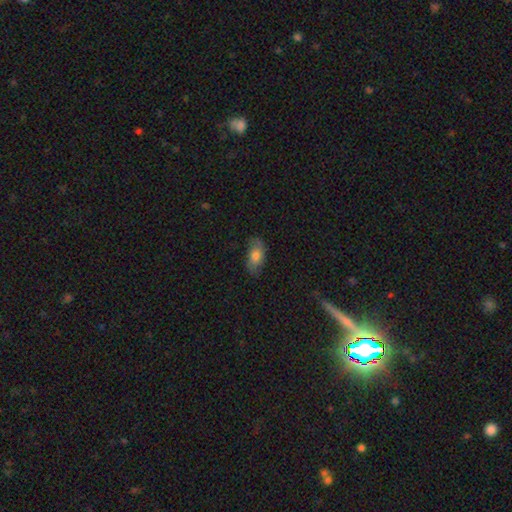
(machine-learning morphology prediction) Smooth or featured?
  - smooth: 69% *
  - featured or disk: 24%
  - star or artifact: 7%
How rounded?
  - in between: 89% *
  - cigar-shaped: 6%
  - round: 5%
Merging?
  - none: 74% *
  - minor disturbance: 19%
  - major disturbance: 5%
  - merger: 1%